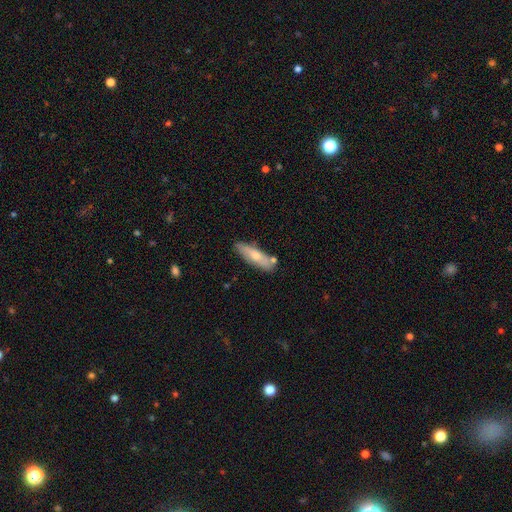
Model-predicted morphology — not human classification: Smooth or featured: smooth — 65% (featured or disk — 29%)
How rounded: cigar-shaped — 57% (in between — 41%)
Merging: none — 73% (minor disturbance — 16%)